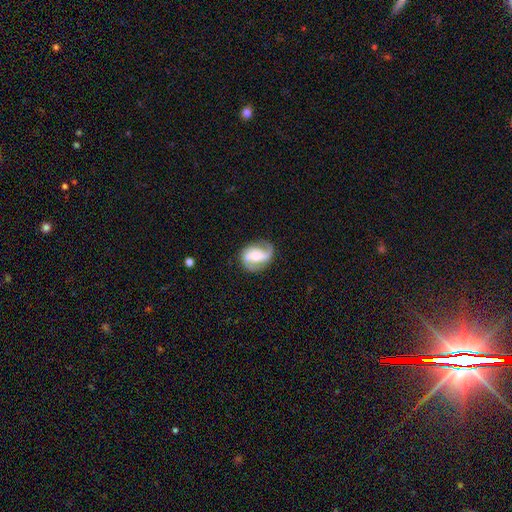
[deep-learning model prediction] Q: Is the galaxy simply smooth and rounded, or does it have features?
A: featured or disk — 81%.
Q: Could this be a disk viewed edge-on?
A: no — 97%.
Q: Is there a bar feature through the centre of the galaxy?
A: no — 38%.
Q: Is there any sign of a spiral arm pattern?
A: yes — 95%.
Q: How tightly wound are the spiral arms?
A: loose — 44%.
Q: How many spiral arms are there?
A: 2 — 86%.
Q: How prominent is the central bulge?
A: moderate — 58%.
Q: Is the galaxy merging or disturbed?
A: none — 76%.